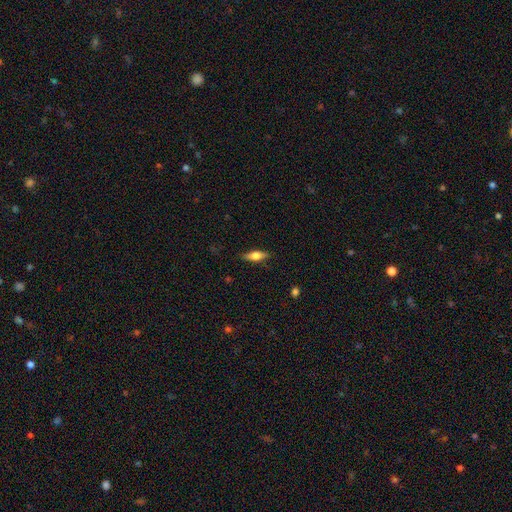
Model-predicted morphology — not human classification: Q: Smooth or featured?
A: smooth (52%); runner-up: featured or disk (41%)
Q: How rounded?
A: in between (55%); runner-up: cigar-shaped (41%)
Q: Merging?
A: none (84%); runner-up: minor disturbance (12%)